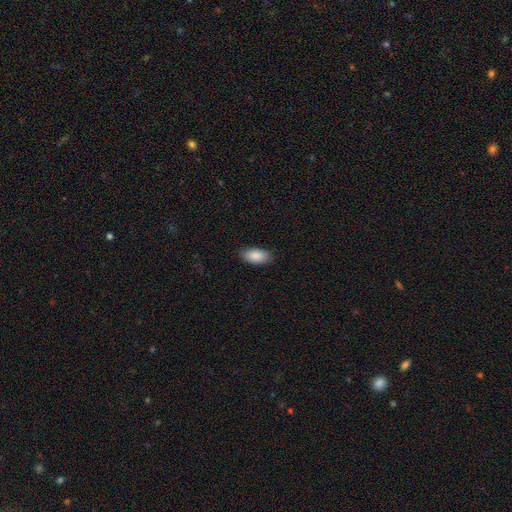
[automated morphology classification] The model was most divided on "merging": none: 86%, minor disturbance: 10%, major disturbance: 2%, merger: 1%. More confident: how rounded — in between (94%); smooth or featured — smooth (89%).